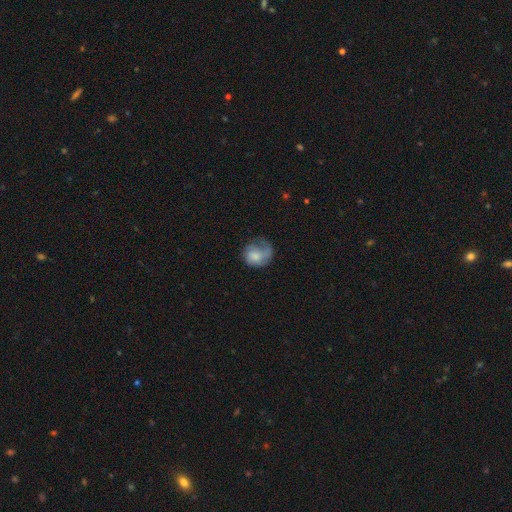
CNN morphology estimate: A smooth galaxy with no disk features (56%) that is round (66%).

Vote fractions:
- Smooth or featured? smooth: 56% / featured or disk: 37% / star or artifact: 8%
- How rounded? round: 66% / in between: 33% / cigar-shaped: 1%
- Merging? major disturbance: 36% (tied) / none: 36% (tied) / minor disturbance: 26% / merger: 2%